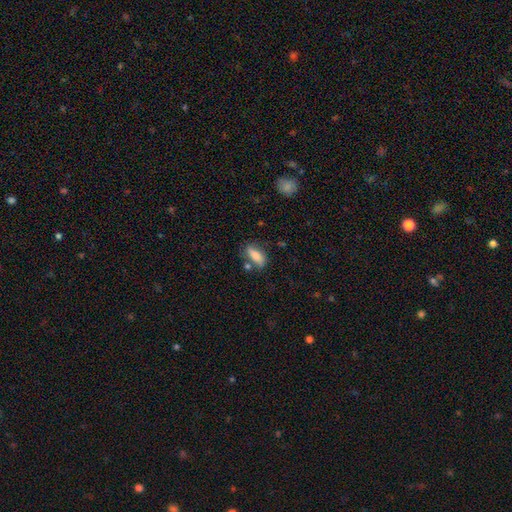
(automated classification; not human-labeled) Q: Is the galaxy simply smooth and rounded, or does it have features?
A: smooth — 76%.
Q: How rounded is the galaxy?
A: in between — 69%.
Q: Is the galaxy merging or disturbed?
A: none — 65%.